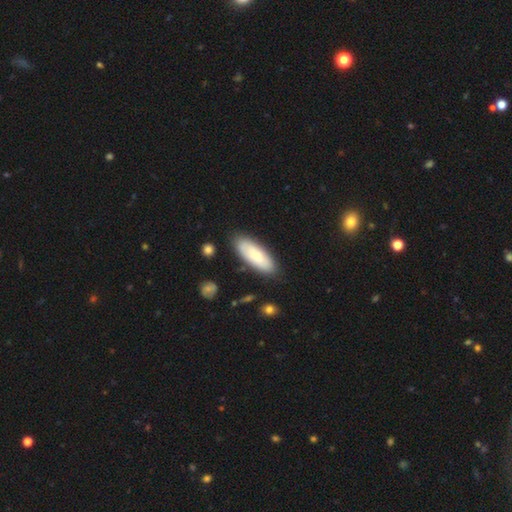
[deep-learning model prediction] smooth-or-featured: smooth: 69% | featured or disk: 26% | star or artifact: 5%
  how-rounded: in between: 73% | cigar-shaped: 26% | round: 2%
  merging: none: 82% | minor disturbance: 13% | major disturbance: 3% | merger: 2%